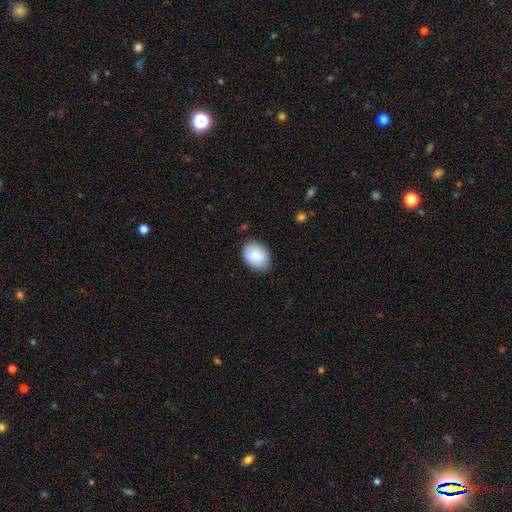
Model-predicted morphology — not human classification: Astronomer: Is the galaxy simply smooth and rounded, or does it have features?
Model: smooth — 82%.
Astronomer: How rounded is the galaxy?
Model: in between — 64%.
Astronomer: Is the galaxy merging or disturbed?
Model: none — 80%.